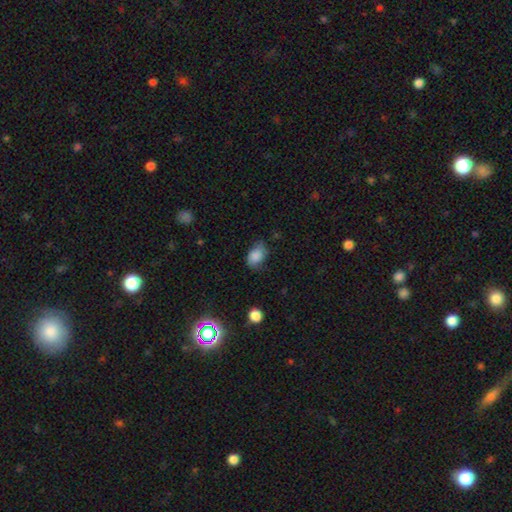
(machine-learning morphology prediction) smooth_or_featured: smooth (p=0.84) [alt: star or artifact p=0.09]
how_rounded: in between (p=0.85) [alt: round p=0.14]
merging: none (p=0.61) [alt: minor disturbance p=0.30]